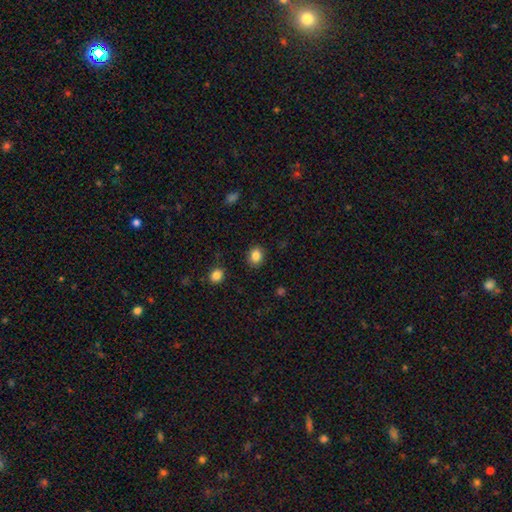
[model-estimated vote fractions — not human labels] Overall: smooth (85%). How rounded: round (55%; in between 44%). Merging: none (88%).